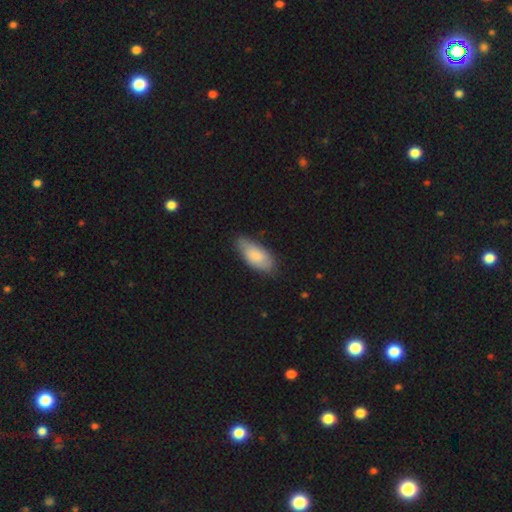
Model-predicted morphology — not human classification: The model was most divided on "merging": none: 63%, minor disturbance: 30%, major disturbance: 5%, merger: 2%. More confident: how rounded — in between (88%); smooth or featured — smooth (78%).